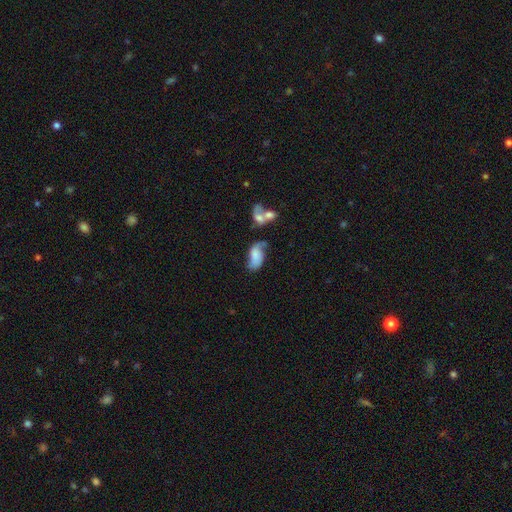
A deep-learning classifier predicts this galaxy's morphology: smooth_or_featured: featured or disk (p=0.51) [alt: smooth p=0.40]
disk_edge_on: no (p=0.95) [alt: yes p=0.05]
merging: none (p=0.40) [alt: minor disturbance p=0.25]